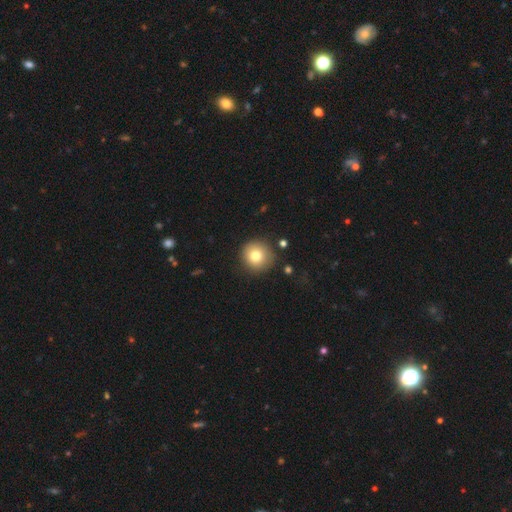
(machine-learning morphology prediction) This appears to be a smooth galaxy with no disk features (78%) that is round (94%). Merging: none (87%).